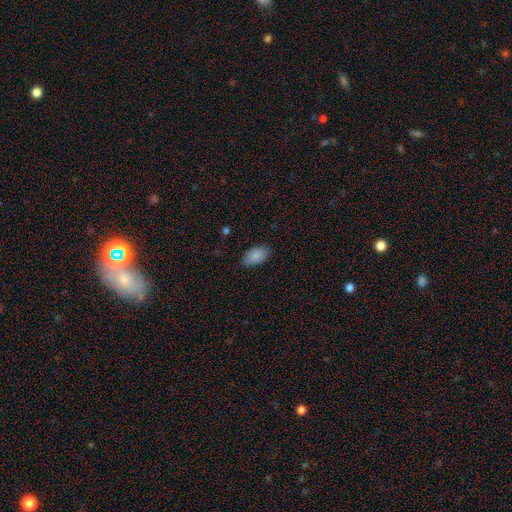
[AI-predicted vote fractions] A smooth galaxy with no disk features (87%) that is in between round and cigar-shaped (92%). Merging: none (80%).